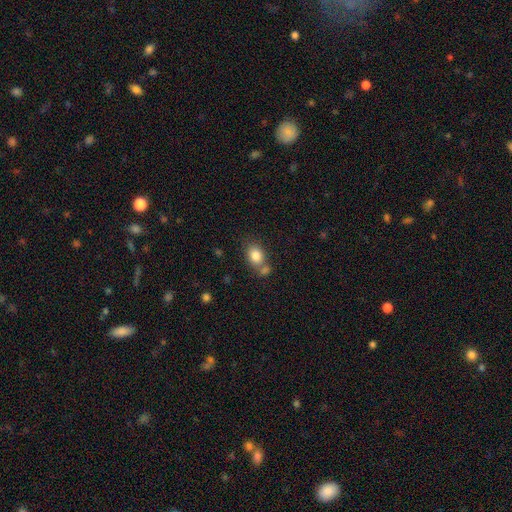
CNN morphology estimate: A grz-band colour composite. It shows a smooth galaxy with no disk features (82%) that is in between round and cigar-shaped (60%). Merging: none (53%).